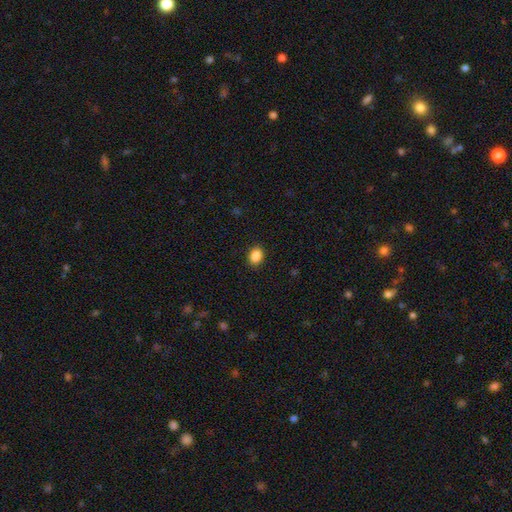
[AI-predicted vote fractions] A smooth galaxy with no disk features (88%) that is in between round and cigar-shaped (60%).

Vote fractions:
- Smooth or featured? smooth: 88% / star or artifact: 9% / featured or disk: 3%
- How rounded? in between: 60% / round: 39% / cigar-shaped: 1%
- Merging? none: 90% / minor disturbance: 7% / major disturbance: 2% / merger: 1%